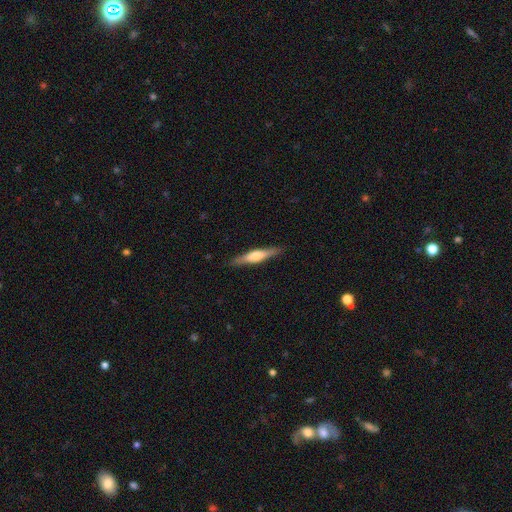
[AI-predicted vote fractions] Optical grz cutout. It shows a featured or disk galaxy (53%) viewed edge-on (95%) with a rounded central bulge (72%). Merging: none (88%).